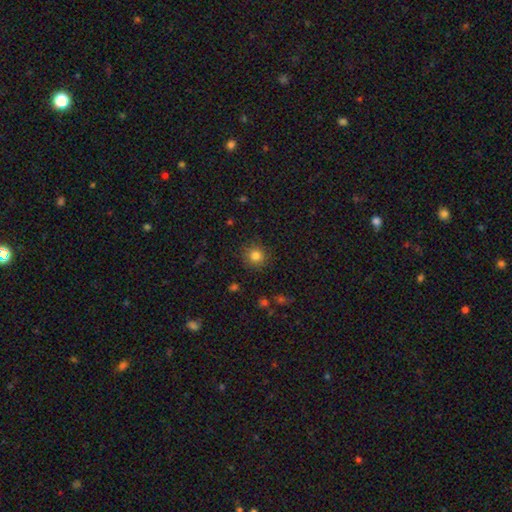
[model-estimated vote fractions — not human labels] A smooth galaxy with no disk features (83%) that is round (92%).

Vote fractions:
- Smooth or featured? smooth: 83% / star or artifact: 12% / featured or disk: 6%
- How rounded? round: 92% / in between: 7% / cigar-shaped: 1%
- Merging? none: 88% / minor disturbance: 8% / major disturbance: 3% / merger: 1%